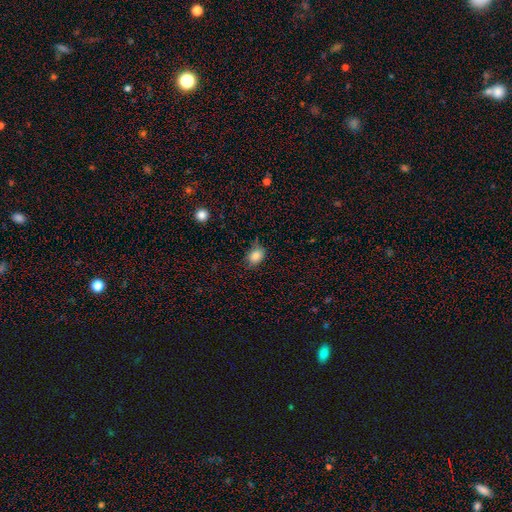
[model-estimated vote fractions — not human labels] Smooth or featured? smooth (85%)
How rounded? in between (64%)
Merging? none (69%)